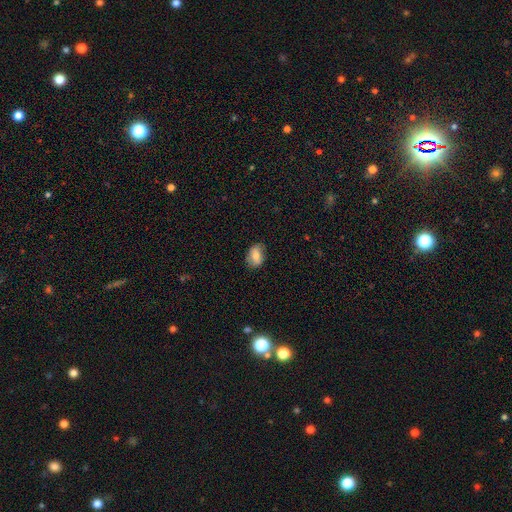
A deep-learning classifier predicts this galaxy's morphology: Smooth or featured? Predicted: smooth (p=0.74). How rounded? Predicted: in between (p=0.82). Merging? Predicted: none (p=0.76).